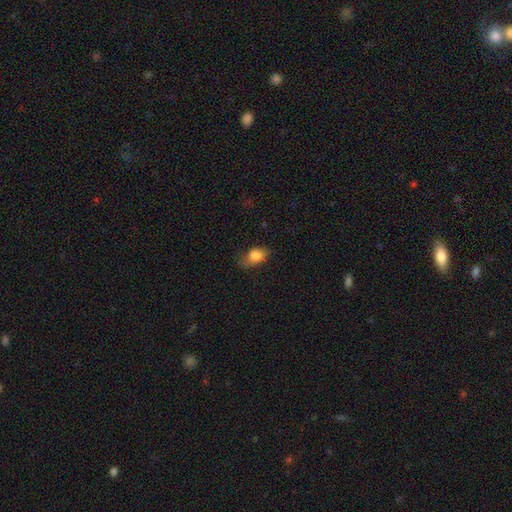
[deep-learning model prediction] smooth 81%, featured or disk 10%, star or artifact 9%. Down the decision tree: how rounded — in between (84%); merging — none (53%).